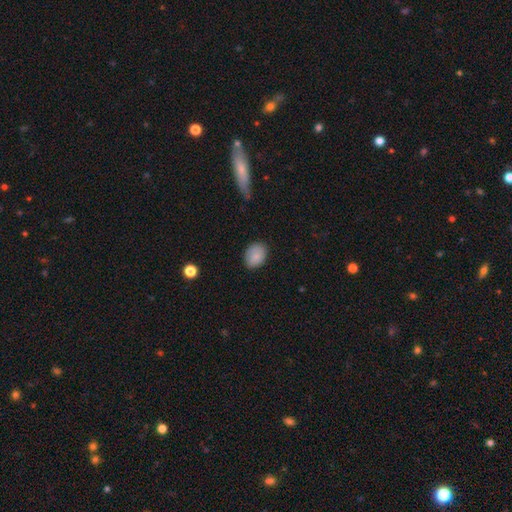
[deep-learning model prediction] Morphology: type=smooth (85%); roundness=in between (69%); merging=none (82%).